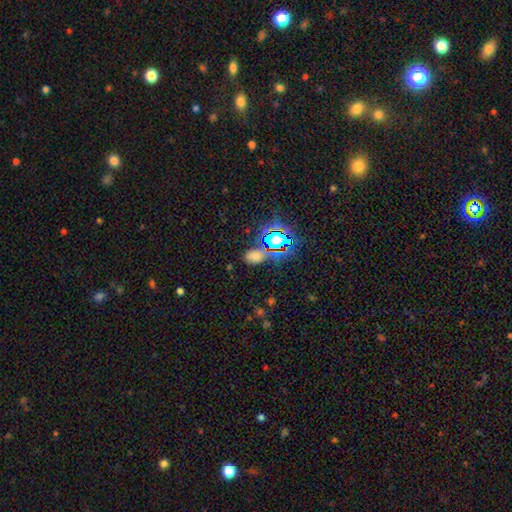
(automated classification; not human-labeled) This is possibly a smooth galaxy (52%). How rounded: likely in between (74%). Merging: likely none (68%).